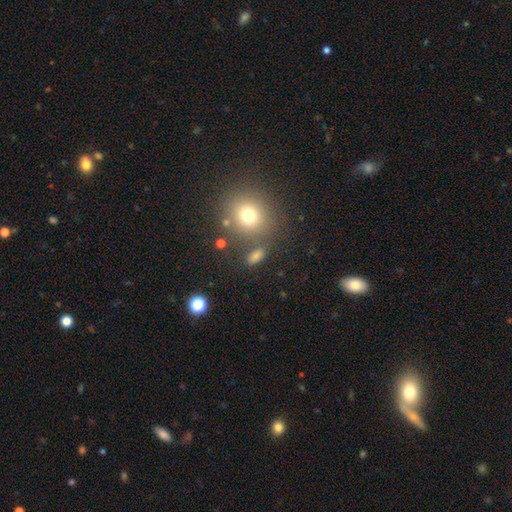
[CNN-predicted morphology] Smooth or featured? smooth (68%)
How rounded? in between (58%)
Merging? none (71%)